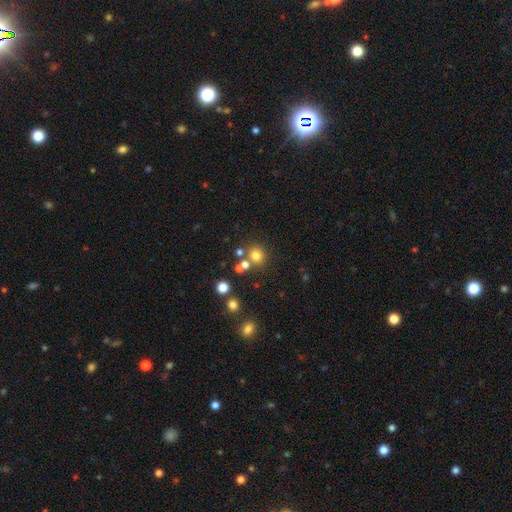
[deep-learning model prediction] Morphology: type=smooth (75%); roundness=round (87%); merging=none (70%).